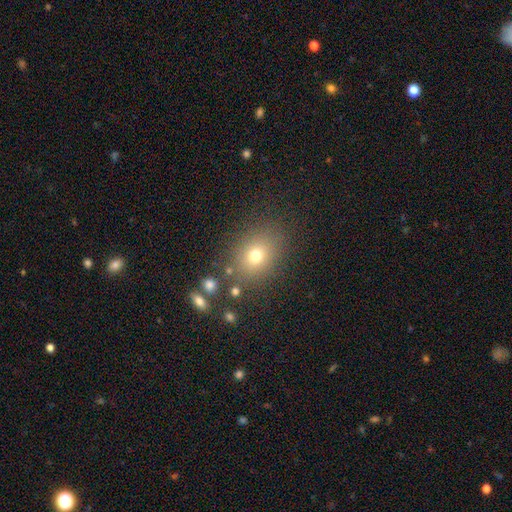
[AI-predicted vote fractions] Smooth or featured? smooth (73%)
How rounded? in between (55%)
Merging? none (81%)